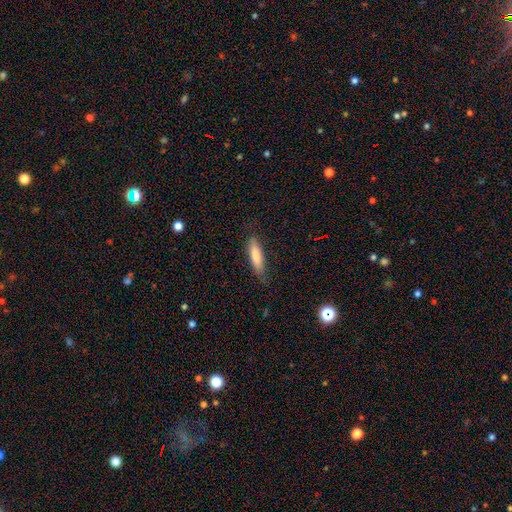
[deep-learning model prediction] Smooth or featured?
  - smooth: 81% *
  - featured or disk: 14%
  - star or artifact: 6%
How rounded?
  - cigar-shaped: 66% *
  - in between: 32%
  - round: 1%
Merging?
  - none: 77% *
  - minor disturbance: 18%
  - major disturbance: 4%
  - merger: 1%